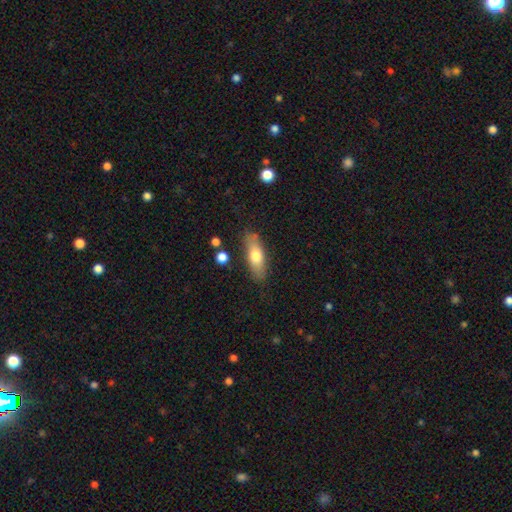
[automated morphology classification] A smooth galaxy with no disk features (68%) that is in between round and cigar-shaped (62%).

Vote fractions:
- Smooth or featured? smooth: 68% / featured or disk: 25% / star or artifact: 6%
- How rounded? in between: 62% / cigar-shaped: 35% / round: 3%
- Merging? none: 81% / minor disturbance: 13% / major disturbance: 3% / merger: 3%